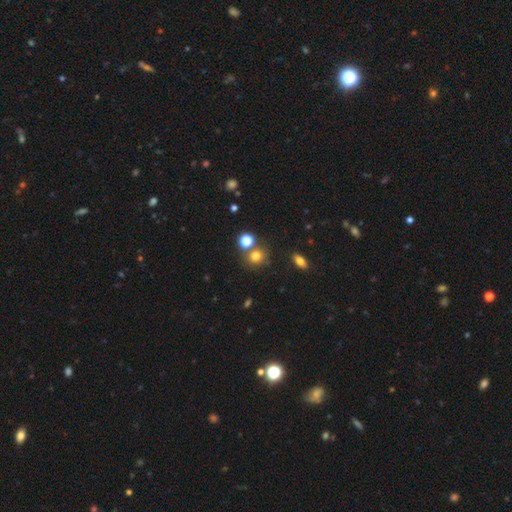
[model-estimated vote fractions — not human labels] Q: Smooth or featured?
A: smooth (75%); runner-up: star or artifact (17%)
Q: How rounded?
A: round (84%); runner-up: in between (15%)
Q: Merging?
A: none (69%); runner-up: merger (17%)